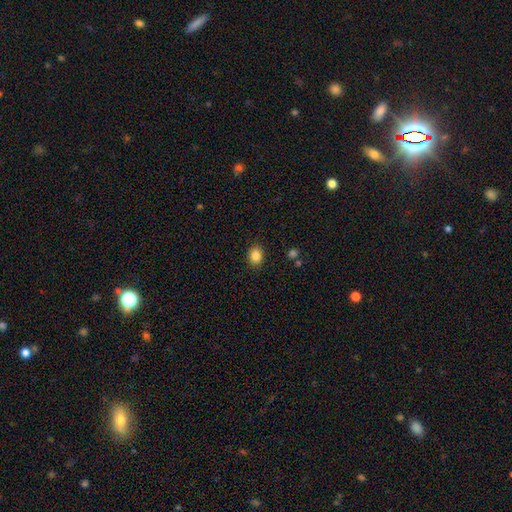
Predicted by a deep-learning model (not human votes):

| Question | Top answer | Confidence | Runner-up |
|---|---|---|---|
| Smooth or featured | smooth | 86% | star or artifact (10%) |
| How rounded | in between | 51% | round (48%) |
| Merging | none | 89% | minor disturbance (7%) |